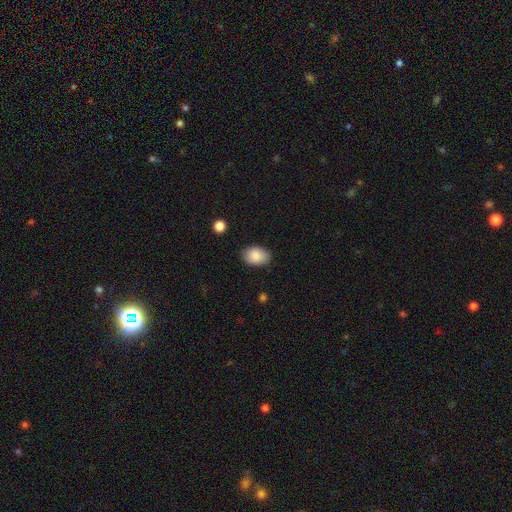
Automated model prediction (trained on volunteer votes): This appears to be a smooth galaxy with no disk features (87%) that is in between round and cigar-shaped (84%). Merging: none (81%).